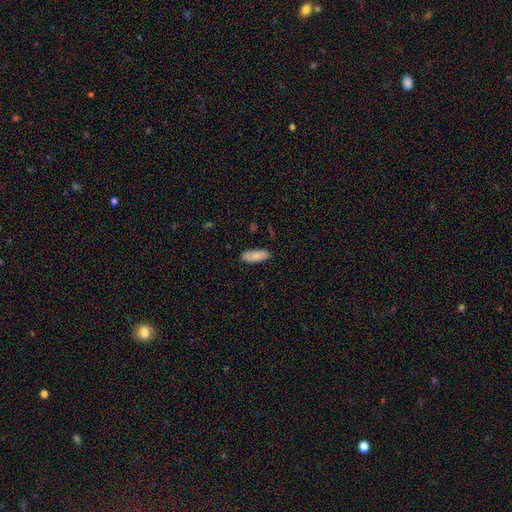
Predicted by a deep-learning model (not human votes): This appears to be a smooth galaxy with no disk features (83%) that is in between round and cigar-shaped (70%). Merging: none (82%).